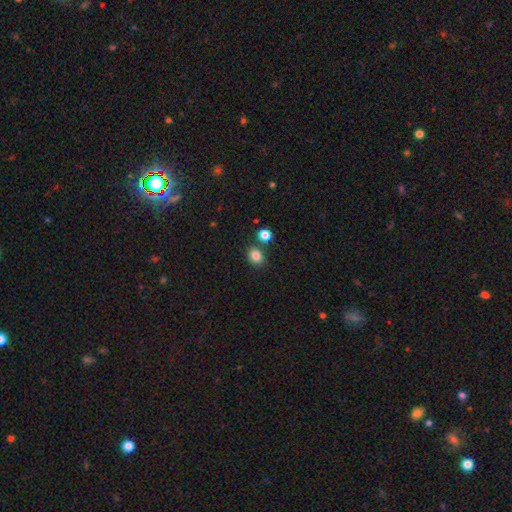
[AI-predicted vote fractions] Smooth or featured? Predicted: smooth (p=0.84). How rounded? Predicted: round (p=0.55). Merging? Predicted: none (p=0.74).